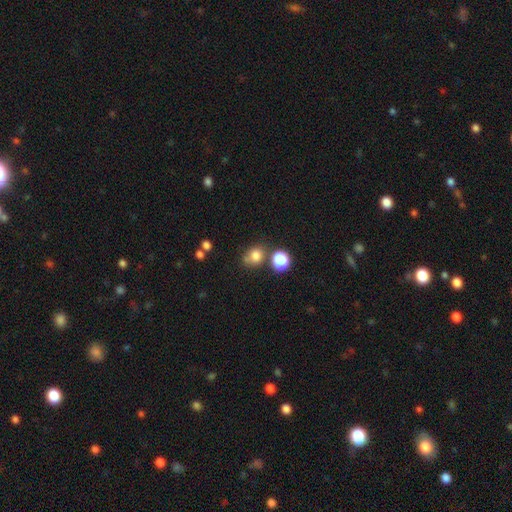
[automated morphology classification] Overall: smooth (78%). How rounded: round (65%; in between 34%). Merging: none (61%).